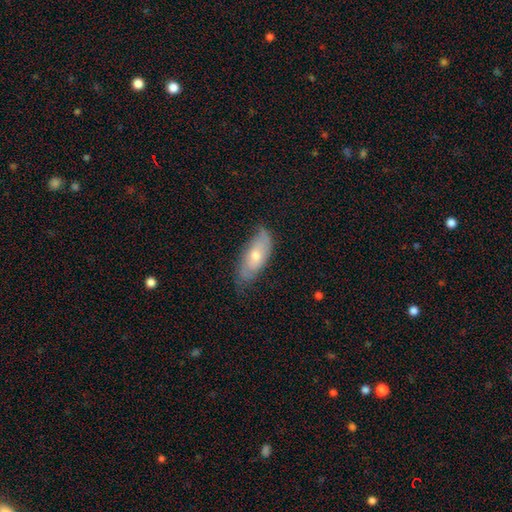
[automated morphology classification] type=smooth (48%); merging=none (65%).